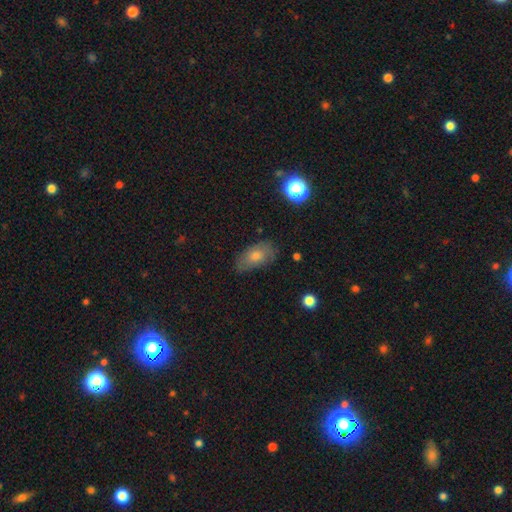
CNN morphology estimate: A smooth galaxy with no disk features (66%) that is in between round and cigar-shaped (88%).

Vote fractions:
- Smooth or featured? smooth: 66% / featured or disk: 22% / star or artifact: 12%
- How rounded? in between: 88% / round: 8% / cigar-shaped: 4%
- Merging? none: 74% / minor disturbance: 20% / major disturbance: 5% / merger: 2%